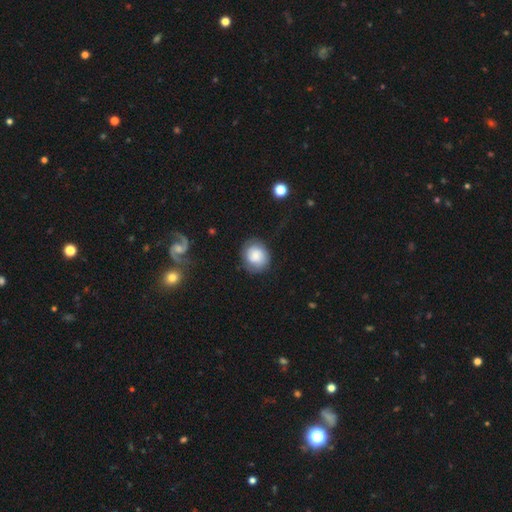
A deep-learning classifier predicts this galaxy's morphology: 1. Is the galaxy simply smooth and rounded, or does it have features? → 74% smooth, 18% featured or disk, 8% star or artifact.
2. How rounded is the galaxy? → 71% round, 28% in between, 1% cigar-shaped.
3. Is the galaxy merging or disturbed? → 73% none, 19% minor disturbance, 6% major disturbance, 2% merger.